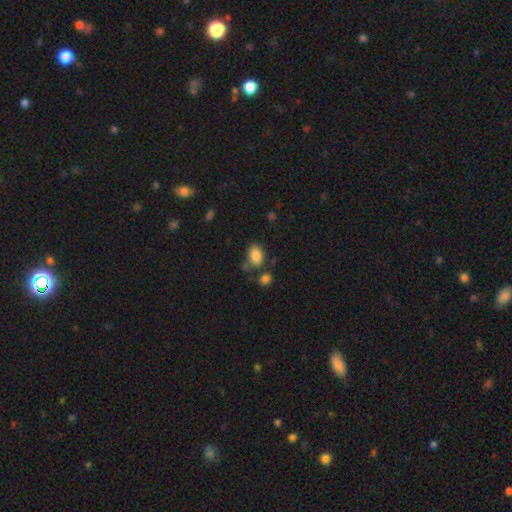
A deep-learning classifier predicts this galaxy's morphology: smooth-or-featured: smooth: 85% | star or artifact: 9% | featured or disk: 6%
  how-rounded: in between: 79% | round: 20% | cigar-shaped: 1%
  merging: none: 67% | minor disturbance: 16% | merger: 12% | major disturbance: 5%